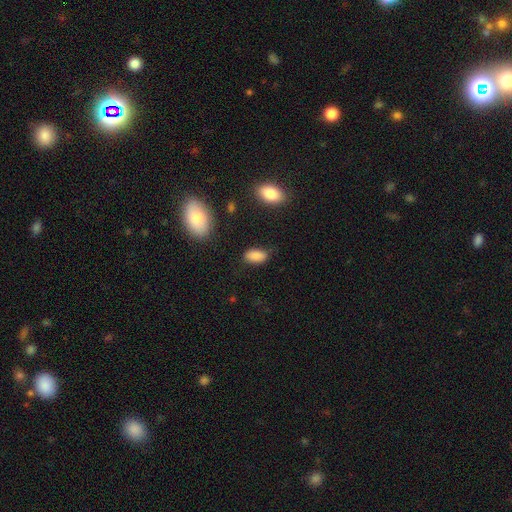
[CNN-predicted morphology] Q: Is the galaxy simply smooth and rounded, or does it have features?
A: smooth — 87%.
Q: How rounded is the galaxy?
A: in between — 93%.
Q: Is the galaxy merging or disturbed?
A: none — 79%.